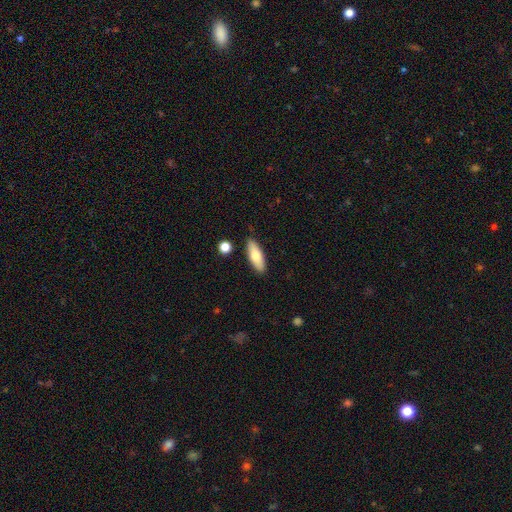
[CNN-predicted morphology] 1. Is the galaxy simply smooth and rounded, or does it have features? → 71% smooth, 23% featured or disk, 6% star or artifact.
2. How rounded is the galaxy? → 64% in between, 33% cigar-shaped, 3% round.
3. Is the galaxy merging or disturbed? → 86% none, 9% minor disturbance, 3% merger, 2% major disturbance.